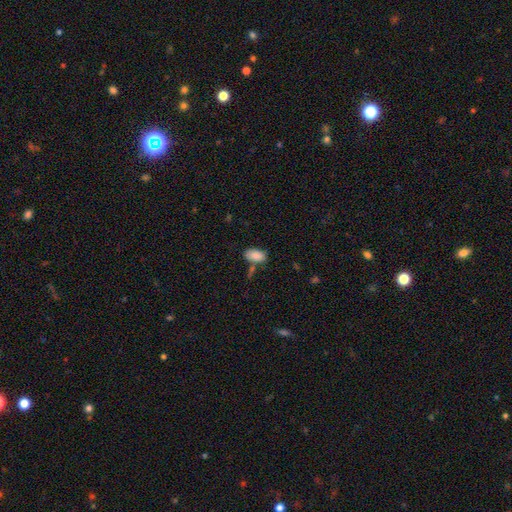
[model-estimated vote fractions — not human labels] Smooth or featured? Predicted: smooth (p=0.87). How rounded? Predicted: in between (p=0.93). Merging? Predicted: none (p=0.66).